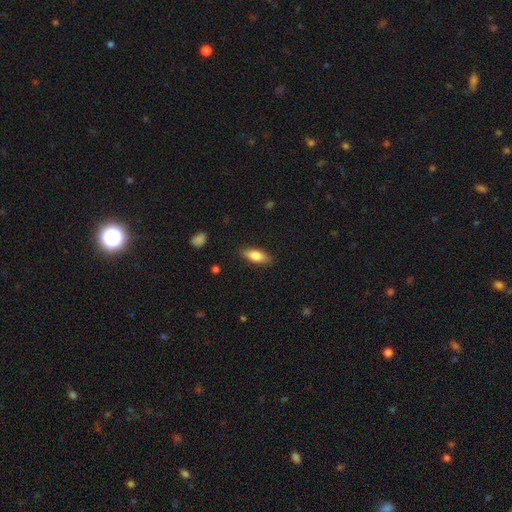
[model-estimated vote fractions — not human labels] Smooth or featured: smooth — 77% (featured or disk — 17%)
How rounded: in between — 71% (cigar-shaped — 26%)
Merging: none — 87% (minor disturbance — 10%)